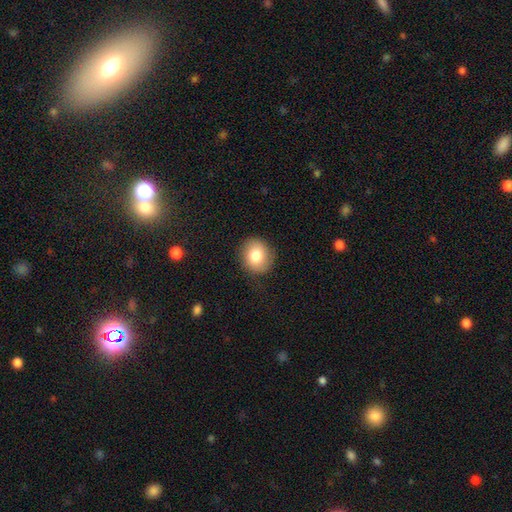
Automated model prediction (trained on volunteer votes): The model was most divided on "how rounded": round: 77%, in between: 22%, cigar-shaped: 1%. More confident: merging — none (86%); smooth or featured — smooth (81%).